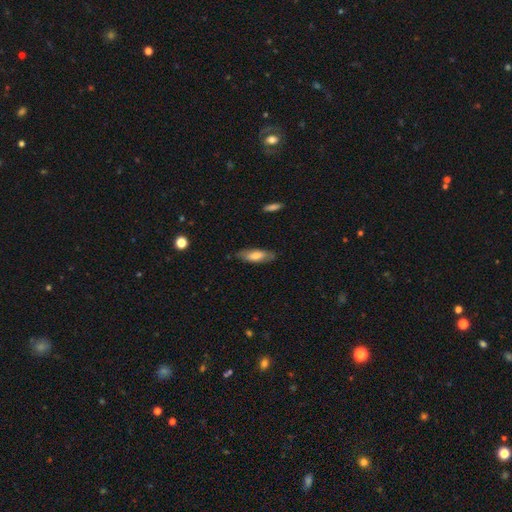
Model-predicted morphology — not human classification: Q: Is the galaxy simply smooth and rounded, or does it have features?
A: smooth — 64%.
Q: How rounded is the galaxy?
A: in between — 64%.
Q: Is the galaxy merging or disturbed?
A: none — 82%.